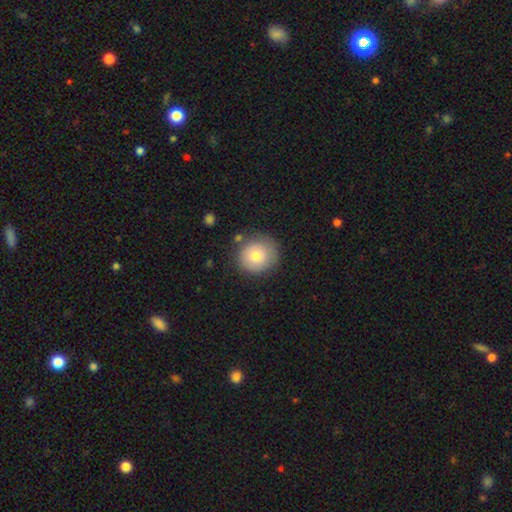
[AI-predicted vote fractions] Overall: smooth (77%). How rounded: round (89%). Merging: none (77%).